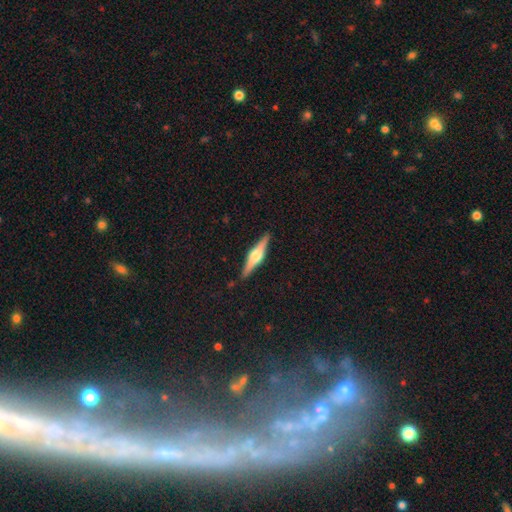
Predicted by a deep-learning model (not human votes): Morphology: type=featured or disk (73%); edge-on=yes (98%); edge-on bulge=rounded (89%); merging=none (90%).